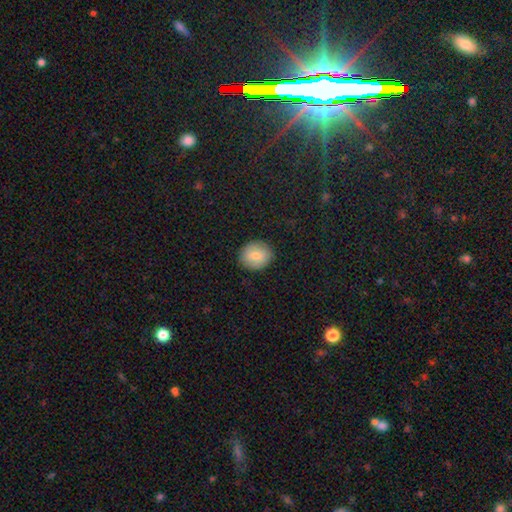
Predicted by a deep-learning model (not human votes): A smooth galaxy with no disk features (78%) that is round (71%).

Vote fractions:
- Smooth or featured? smooth: 78% / featured or disk: 14% / star or artifact: 8%
- How rounded? round: 71% / in between: 28% / cigar-shaped: 1%
- Merging? none: 87% / minor disturbance: 9% / major disturbance: 2% / merger: 1%